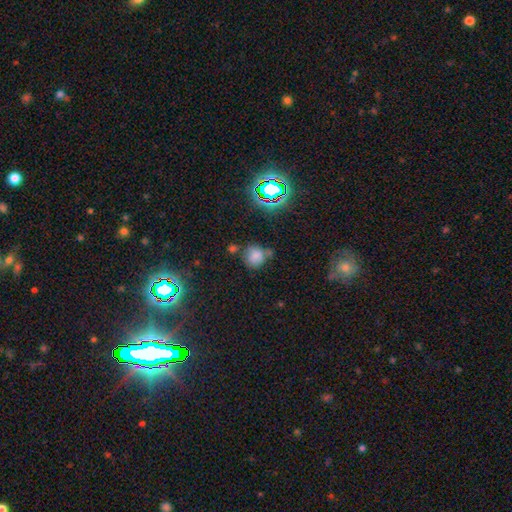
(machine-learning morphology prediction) Smooth or featured? smooth (68%)
How rounded? round (74%)
Merging? none (51%)